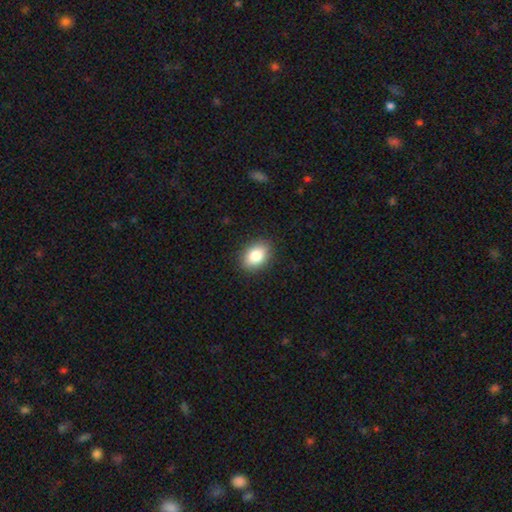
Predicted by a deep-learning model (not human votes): Smooth or featured? smooth (84%)
How rounded? in between (75%)
Merging? none (89%)